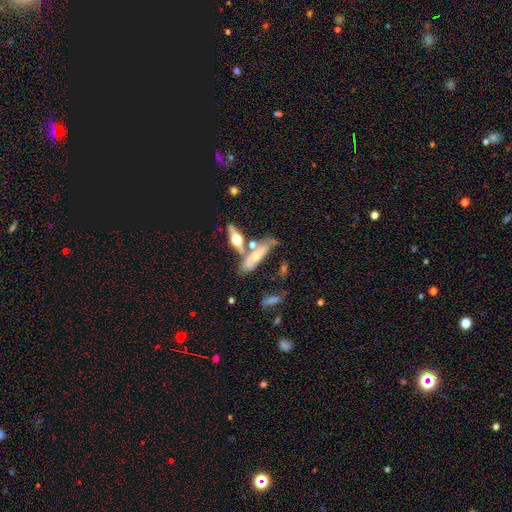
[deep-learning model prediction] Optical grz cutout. It shows a featured or disk galaxy (56%) viewed edge-on (72%). Merging: none (42%).